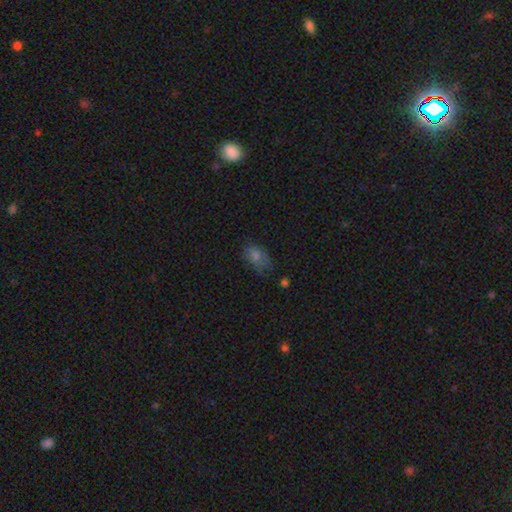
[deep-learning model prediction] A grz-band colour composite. It shows a smooth galaxy with no disk features (58%) that is in between round and cigar-shaped (82%). Merging: none (59%).